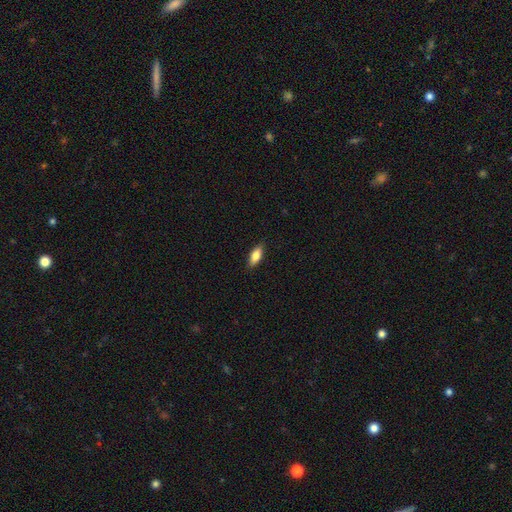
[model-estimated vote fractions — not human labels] This is likely a smooth galaxy (77%). How rounded: likely in between (74%). Merging: clearly none (87%).